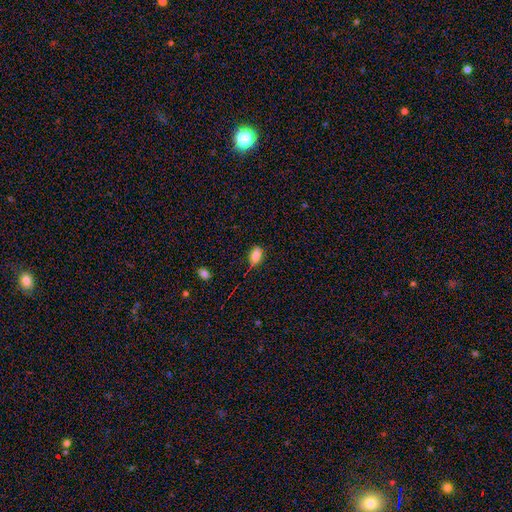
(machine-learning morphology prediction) smooth-or-featured: smooth: 75% | featured or disk: 13% | star or artifact: 12%
  how-rounded: in between: 84% | cigar-shaped: 10% | round: 6%
  merging: none: 60% | minor disturbance: 28% | major disturbance: 8% | merger: 3%